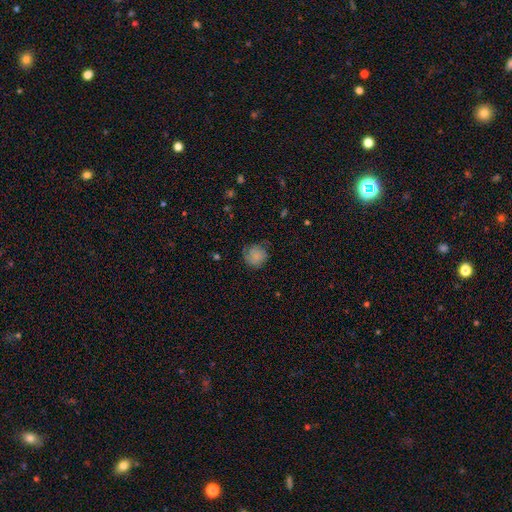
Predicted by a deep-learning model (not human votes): Smooth or featured: smooth — 78% (featured or disk — 13%)
How rounded: round — 88% (in between — 11%)
Merging: none — 69% (minor disturbance — 23%)